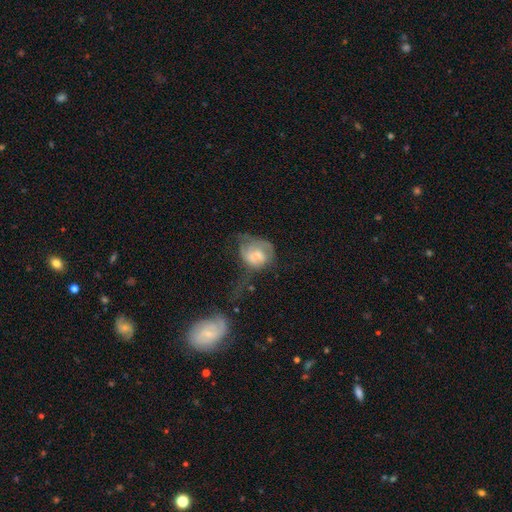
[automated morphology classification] Smooth or featured?
  - smooth: 49% *
  - featured or disk: 42%
  - star or artifact: 9%
Merging?
  - major disturbance: 47% *
  - minor disturbance: 23%
  - none: 23%
  - merger: 8%